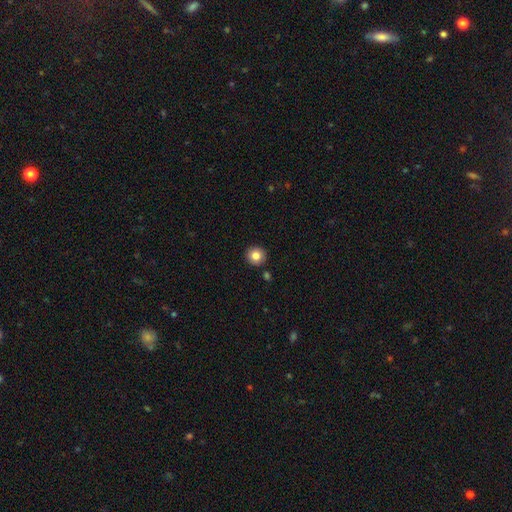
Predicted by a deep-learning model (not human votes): Overall: smooth (83%). How rounded: round (93%). Merging: none (90%).